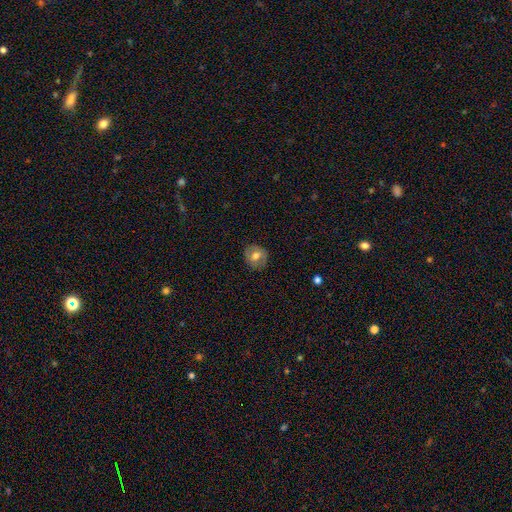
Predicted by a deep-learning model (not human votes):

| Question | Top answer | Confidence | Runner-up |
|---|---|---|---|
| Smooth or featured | smooth | 66% | featured or disk (25%) |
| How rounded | round | 78% | in between (21%) |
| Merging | none | 85% | minor disturbance (11%) |